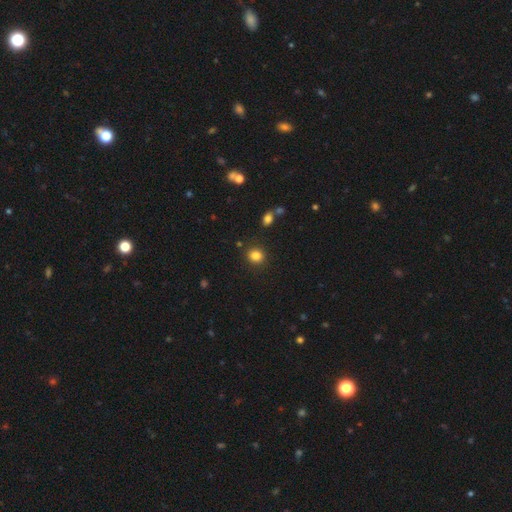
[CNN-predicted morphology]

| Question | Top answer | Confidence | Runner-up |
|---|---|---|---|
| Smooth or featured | smooth | 83% | star or artifact (12%) |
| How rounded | round | 83% | in between (16%) |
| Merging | none | 88% | minor disturbance (7%) |